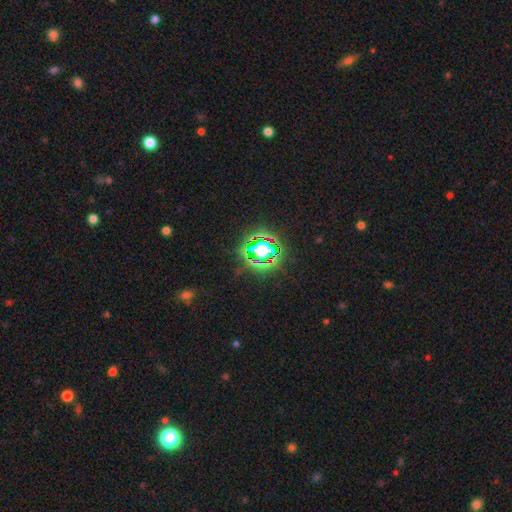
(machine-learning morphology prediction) This appears to be a star or artifact, not a galaxy (71%).